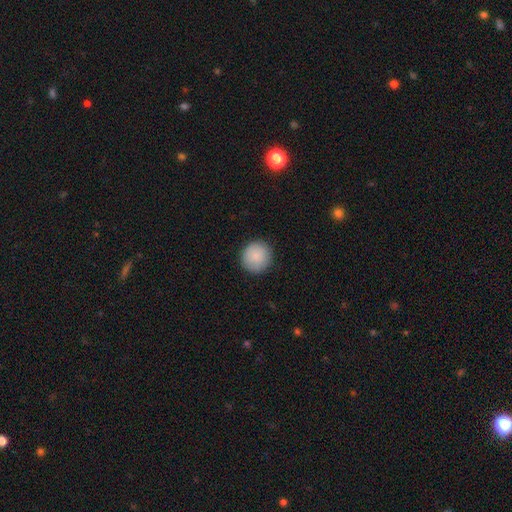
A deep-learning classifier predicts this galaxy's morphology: smooth-or-featured: smooth: 87% | star or artifact: 7% | featured or disk: 6%
  how-rounded: round: 93% | in between: 6% | cigar-shaped: 1%
  merging: none: 89% | minor disturbance: 8% | major disturbance: 2% | merger: 1%